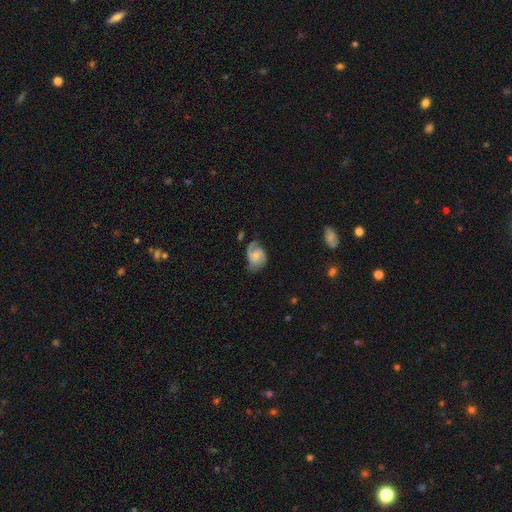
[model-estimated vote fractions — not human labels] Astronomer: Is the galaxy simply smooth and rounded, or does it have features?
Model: featured or disk — 72%.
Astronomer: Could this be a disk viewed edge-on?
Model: no — 98%.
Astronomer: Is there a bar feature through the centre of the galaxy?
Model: no — 65%.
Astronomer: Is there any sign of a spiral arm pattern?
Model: yes — 94%.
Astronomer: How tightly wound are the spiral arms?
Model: medium — 47% (runner-up: tight, 32%).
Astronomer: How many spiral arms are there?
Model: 2 — 73%.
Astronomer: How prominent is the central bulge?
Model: small — 44% (runner-up: moderate, 27%).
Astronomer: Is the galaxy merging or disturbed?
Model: none — 59%.